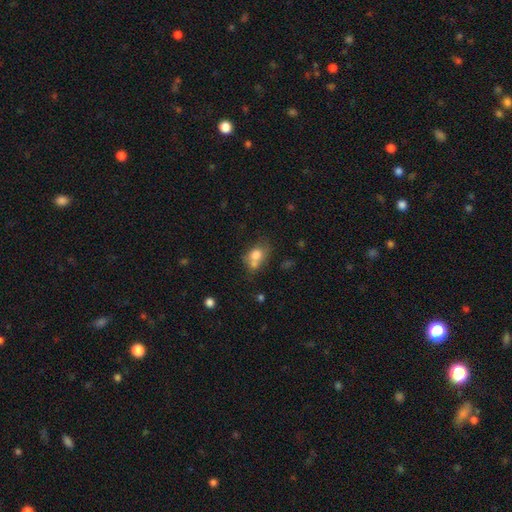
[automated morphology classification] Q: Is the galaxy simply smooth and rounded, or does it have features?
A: smooth — 73%.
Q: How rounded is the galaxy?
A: in between — 57%.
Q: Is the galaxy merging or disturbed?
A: merger — 44%.